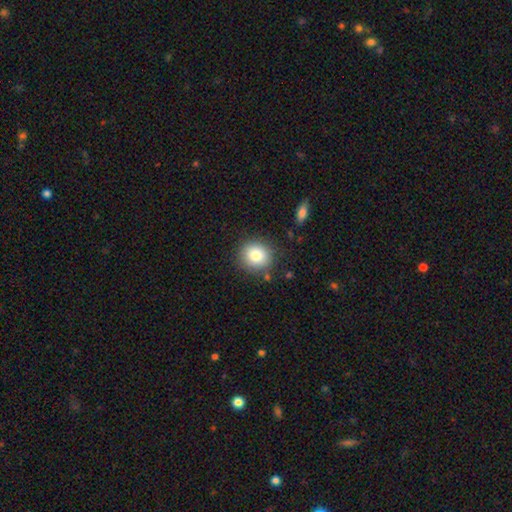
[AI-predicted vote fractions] A smooth galaxy with no disk features (81%) that is round (85%). Merging: none (85%).